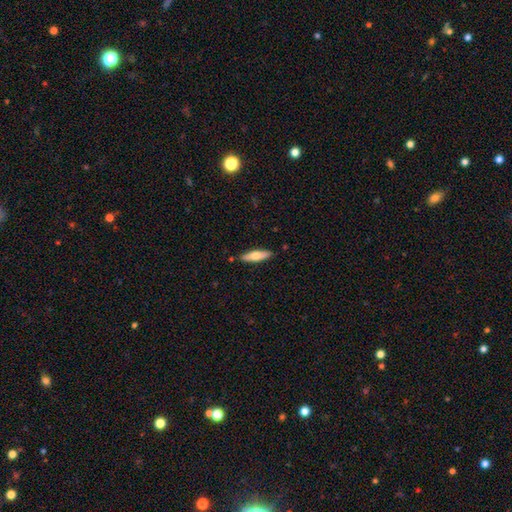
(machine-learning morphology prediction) type=smooth (61%); roundness=cigar-shaped (64%); merging=none (87%).